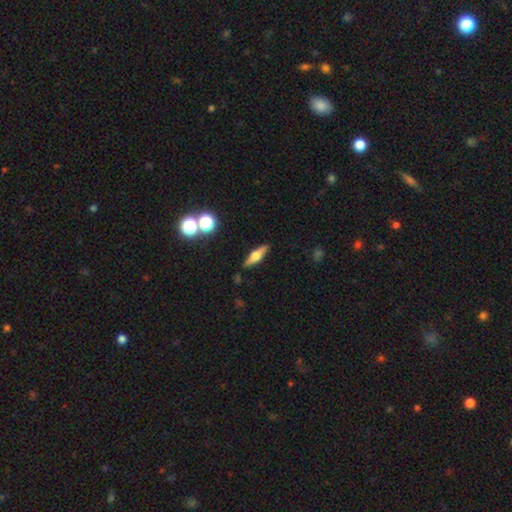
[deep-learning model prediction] The model was most divided on "smooth or featured": featured or disk: 57%, smooth: 35%, star or artifact: 8%. More confident: edge-on disk — yes (93%); edge-on bulge — rounded (92%); merging — none (89%).